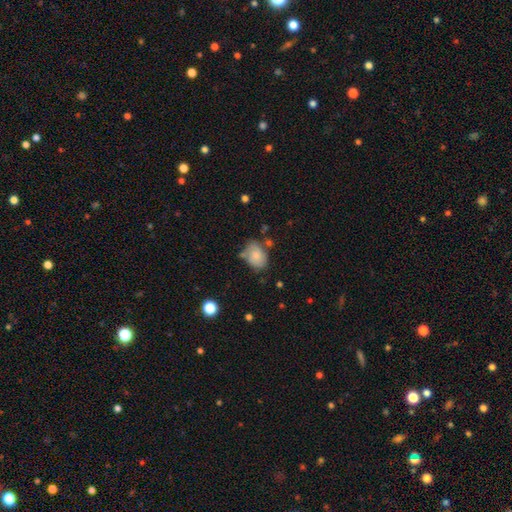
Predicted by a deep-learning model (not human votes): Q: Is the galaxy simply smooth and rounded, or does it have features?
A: smooth — 77%.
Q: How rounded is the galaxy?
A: in between — 76%.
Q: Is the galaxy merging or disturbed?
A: none — 57%.